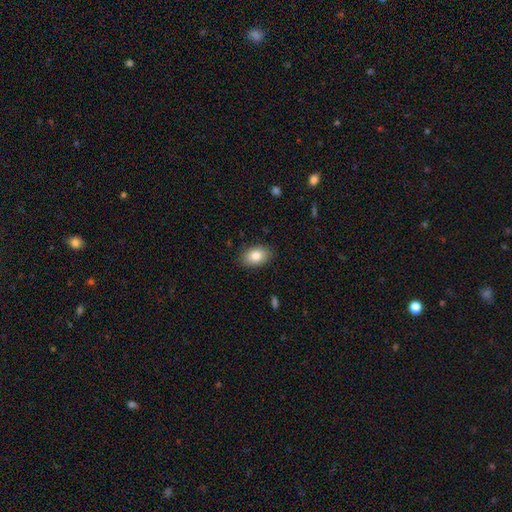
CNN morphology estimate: smooth 84%, featured or disk 8%, star or artifact 7%. Down the decision tree: how rounded — in between (85%); merging — none (86%).